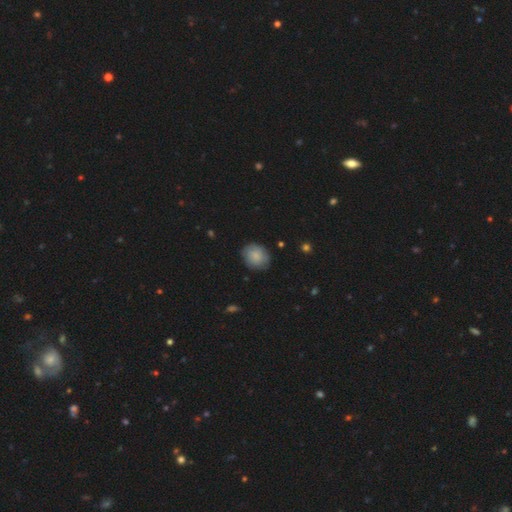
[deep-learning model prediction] The model was most divided on "how rounded": round: 63%, in between: 36%, cigar-shaped: 1%. More confident: smooth or featured — smooth (81%); merging — none (79%).